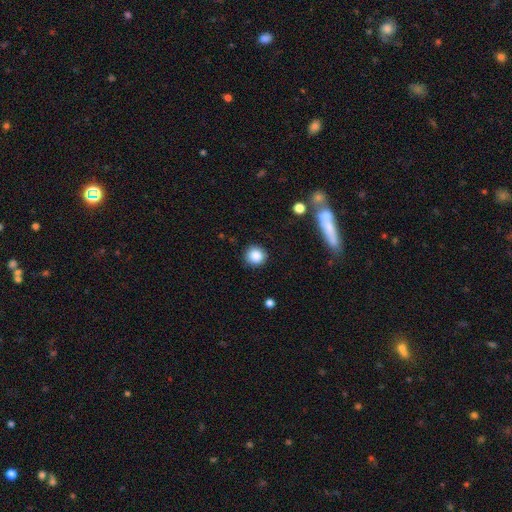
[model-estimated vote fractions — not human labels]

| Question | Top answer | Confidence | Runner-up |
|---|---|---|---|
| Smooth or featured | smooth | 87% | star or artifact (9%) |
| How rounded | round | 92% | in between (7%) |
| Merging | none | 88% | minor disturbance (8%) |